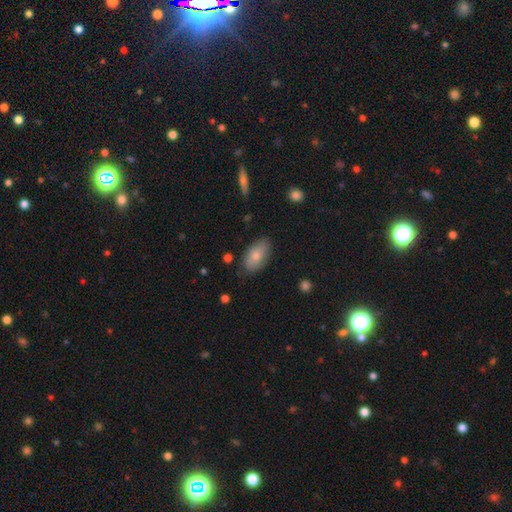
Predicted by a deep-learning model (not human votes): Morphology: type=smooth (78%); roundness=in between (93%); merging=none (80%).